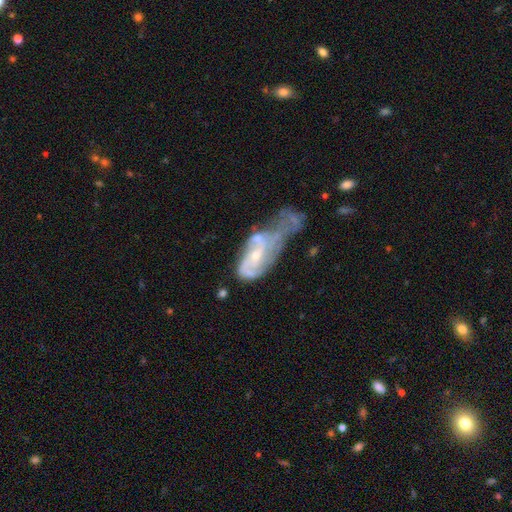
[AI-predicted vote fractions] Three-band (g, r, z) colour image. It shows a featured or disk galaxy (75%) with no bar (57%), 2 (49%) medium (38%) spiral arms (76%) and a small central bulge (59%). Merging: major disturbance (36%).